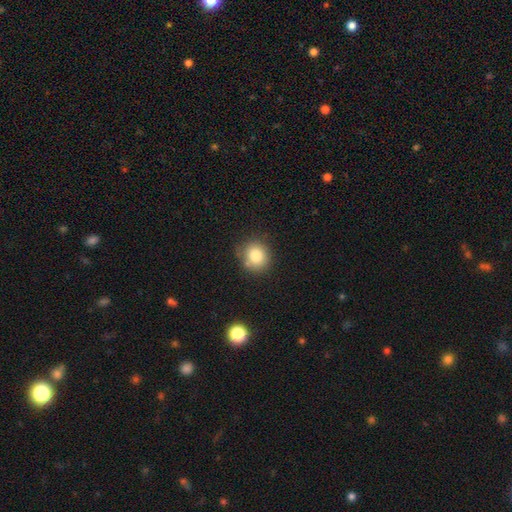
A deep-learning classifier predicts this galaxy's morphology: smooth-or-featured: smooth: 80% | star or artifact: 11% | featured or disk: 9%
  how-rounded: round: 83% | in between: 16% | cigar-shaped: 1%
  merging: none: 76% | minor disturbance: 16% | merger: 4% | major disturbance: 4%